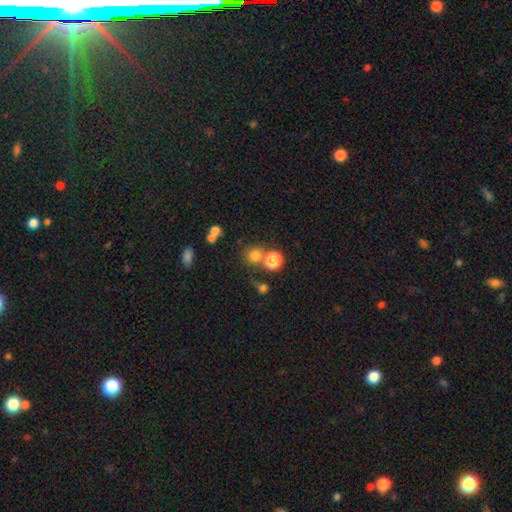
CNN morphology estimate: Smooth or featured? Predicted: smooth (p=0.73). How rounded? Predicted: round (p=0.86). Merging? Predicted: none (p=0.60).